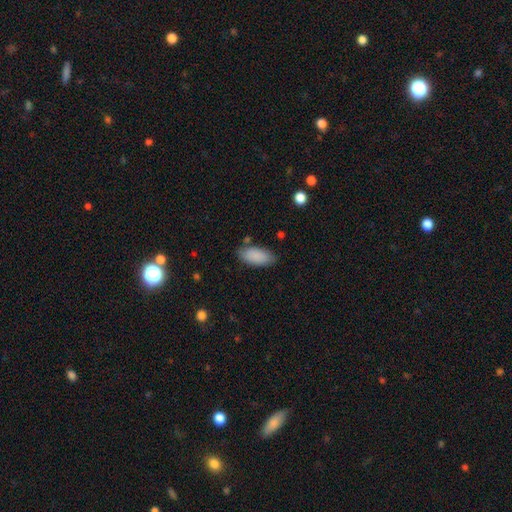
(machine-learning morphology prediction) Smooth or featured? smooth (88%)
How rounded? in between (92%)
Merging? none (77%)